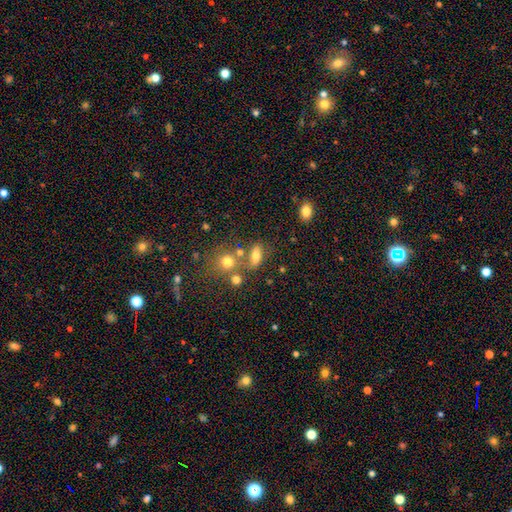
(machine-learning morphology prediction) smooth_or_featured: smooth (p=0.68) [alt: featured or disk p=0.17]
how_rounded: in between (p=0.73) [alt: round p=0.15]
merging: none (p=0.57) [alt: merger p=0.20]